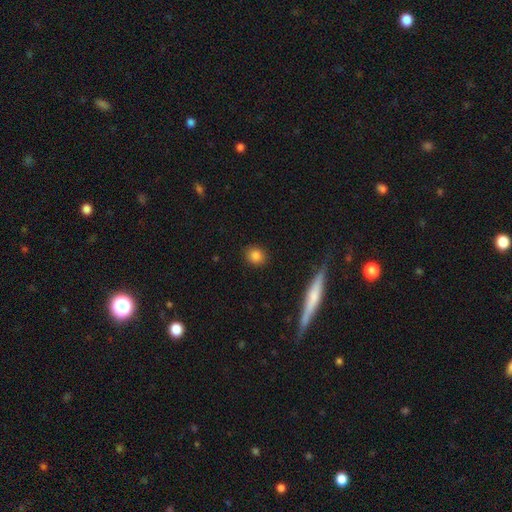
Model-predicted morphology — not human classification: smooth 84%, star or artifact 10%, featured or disk 6%. Down the decision tree: how rounded — round (77%); merging — none (90%).